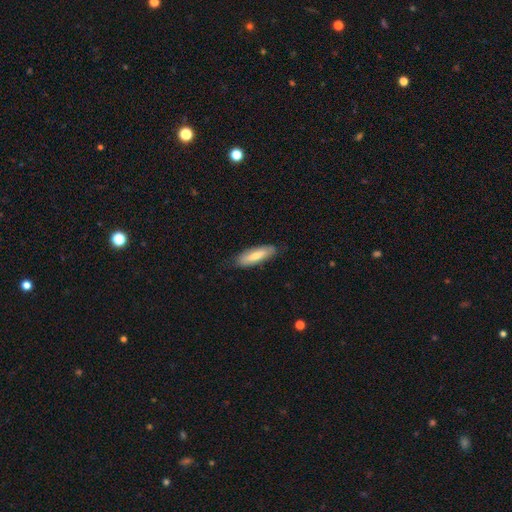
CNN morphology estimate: Overall: smooth (68%). How rounded: cigar-shaped (50%; in between 49%). Merging: none (81%).